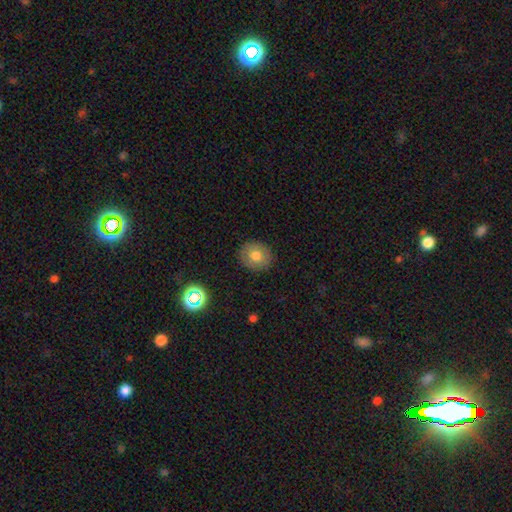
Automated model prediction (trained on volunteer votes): Smooth or featured?
  - smooth: 73% *
  - featured or disk: 17%
  - star or artifact: 10%
How rounded?
  - round: 76% *
  - in between: 23%
  - cigar-shaped: 1%
Merging?
  - none: 88% *
  - minor disturbance: 8%
  - major disturbance: 2%
  - merger: 1%